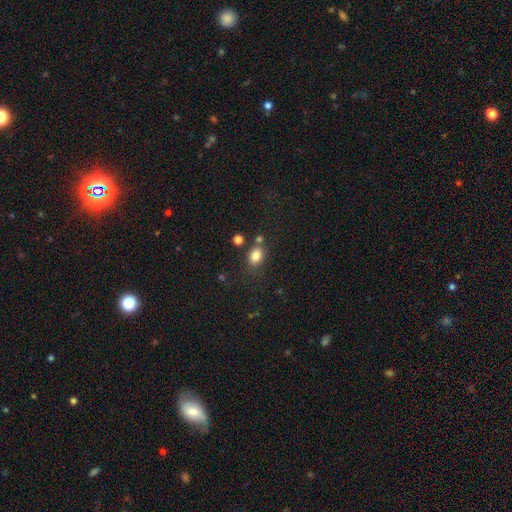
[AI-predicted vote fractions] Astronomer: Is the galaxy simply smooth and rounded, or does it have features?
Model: smooth — 82%.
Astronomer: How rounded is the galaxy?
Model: in between — 65%.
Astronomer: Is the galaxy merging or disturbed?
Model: none — 67%.